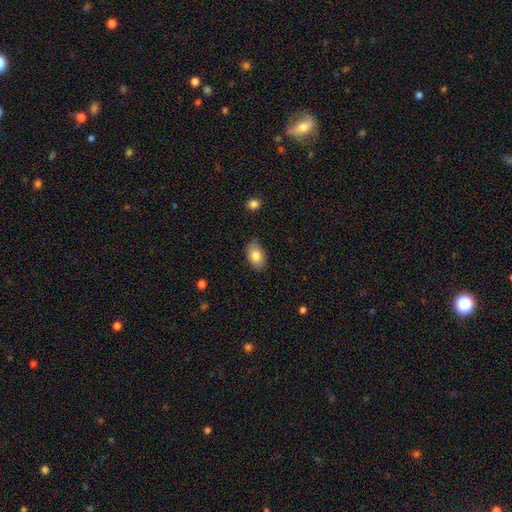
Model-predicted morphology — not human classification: Smooth or featured: smooth — 82% (featured or disk — 11%)
How rounded: in between — 91% (round — 8%)
Merging: none — 81% (minor disturbance — 15%)